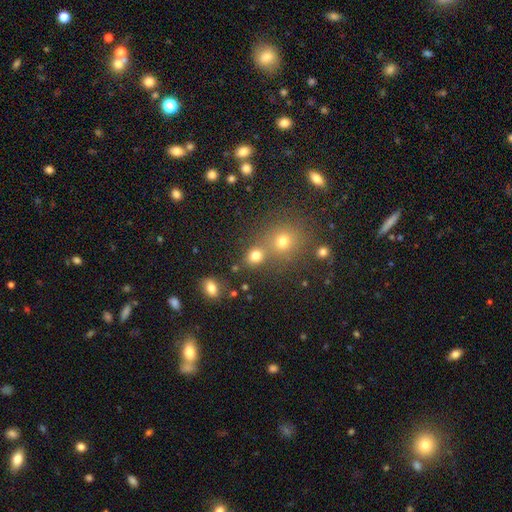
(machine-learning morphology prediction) Smooth or featured? smooth (75%)
How rounded? round (68%)
Merging? none (60%)